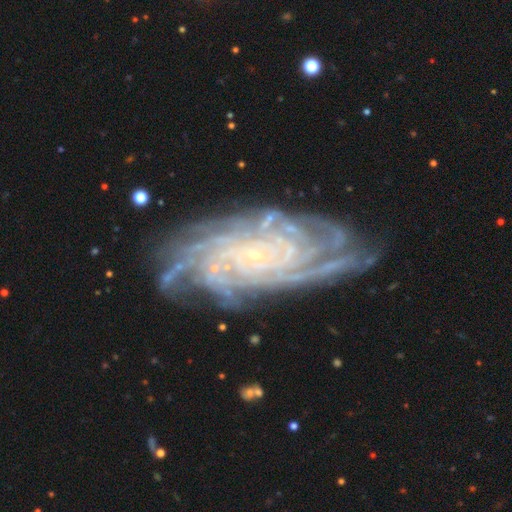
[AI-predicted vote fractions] The model was most divided on "spiral arm count": more than 4: 40%, 4: 20%, can't tell: 17%, 3: 9%, 2: 8%, 1: 7%. More confident: spiral arms — yes (98%); edge-on disk — no (95%); smooth or featured — featured or disk (89%); bulge size — small (88%); spiral winding — tight (79%); merging — none (77%); bar — no (75%).